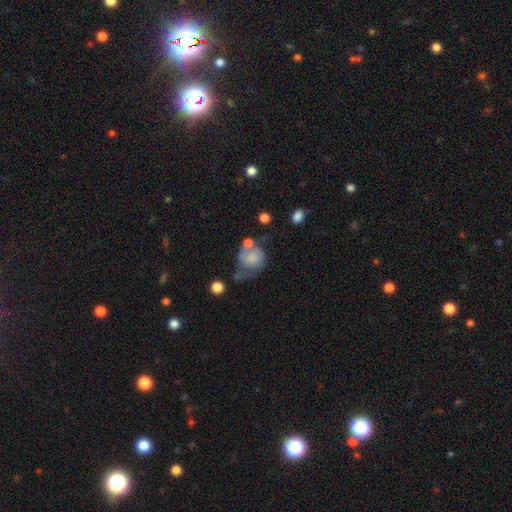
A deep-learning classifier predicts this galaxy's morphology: A featured or disk galaxy (50%).

Vote fractions:
- Smooth or featured? featured or disk: 50% / smooth: 37% / star or artifact: 14%
- Merging? none: 42% / minor disturbance: 24% / major disturbance: 21% / merger: 13%